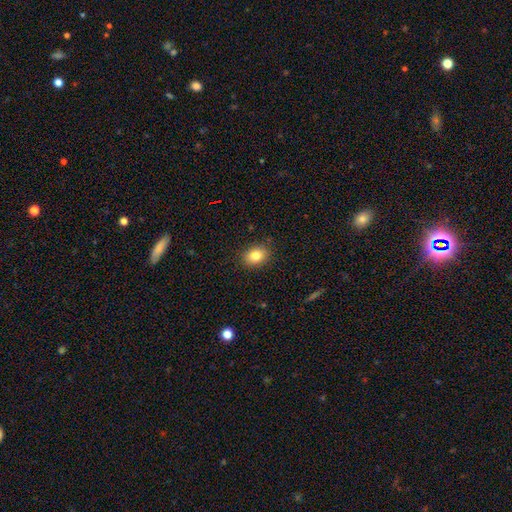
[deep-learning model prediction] The model was most divided on "how rounded": in between: 62%, round: 37%, cigar-shaped: 1%. More confident: merging — none (87%); smooth or featured — smooth (82%).